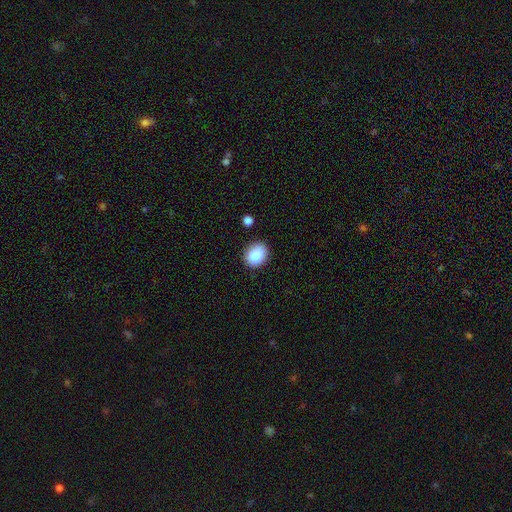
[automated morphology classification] A smooth galaxy with no disk features (85%) that is round (59%).

Vote fractions:
- Smooth or featured? smooth: 85% / star or artifact: 9% / featured or disk: 6%
- How rounded? round: 59% / in between: 40% / cigar-shaped: 1%
- Merging? none: 85% / minor disturbance: 11% / merger: 2% / major disturbance: 2%